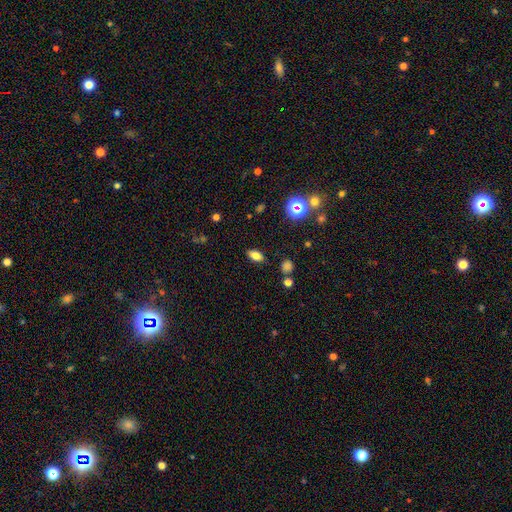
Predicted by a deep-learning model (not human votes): A smooth galaxy with no disk features (75%) that is in between round and cigar-shaped (86%).

Vote fractions:
- Smooth or featured? smooth: 75% / star or artifact: 13% / featured or disk: 12%
- How rounded? in between: 86% / round: 8% / cigar-shaped: 6%
- Merging? none: 87% / minor disturbance: 9% / major disturbance: 2% / merger: 2%